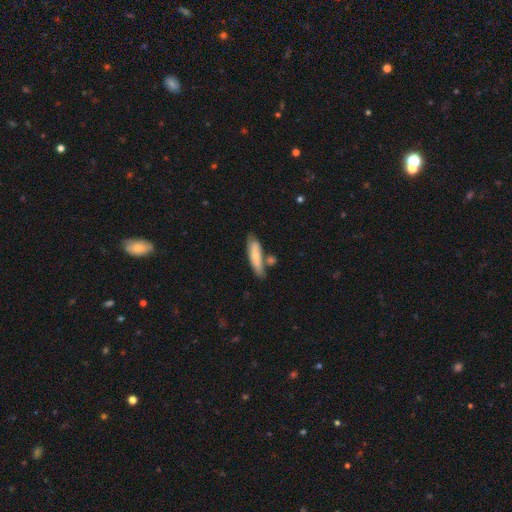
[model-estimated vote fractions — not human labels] Smooth or featured?
  - smooth: 70% *
  - featured or disk: 24%
  - star or artifact: 6%
How rounded?
  - cigar-shaped: 61% *
  - in between: 37%
  - round: 2%
Merging?
  - none: 59% *
  - minor disturbance: 19%
  - merger: 18%
  - major disturbance: 4%